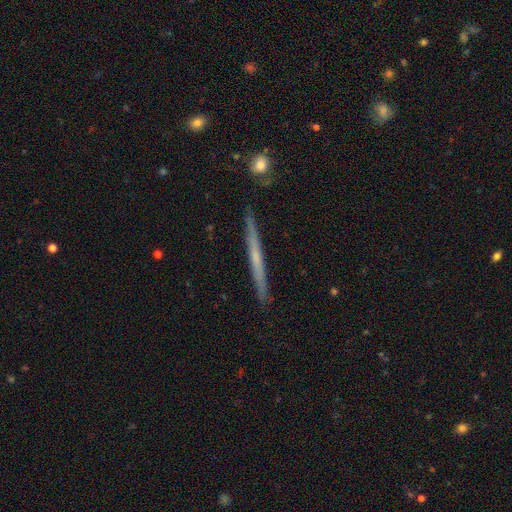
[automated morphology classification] smooth_or_featured: featured or disk (p=0.65) [alt: smooth p=0.27]
disk_edge_on: yes (p=0.97) [alt: no p=0.03]
edge_on_bulge: none (p=0.49) [alt: rounded p=0.44]
merging: none (p=0.90) [alt: minor disturbance p=0.07]